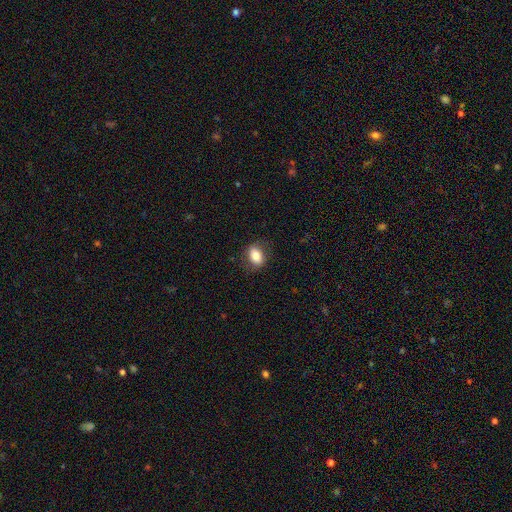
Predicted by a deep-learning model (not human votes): smooth-or-featured: smooth: 79% | featured or disk: 13% | star or artifact: 8%
  how-rounded: in between: 77% | round: 21% | cigar-shaped: 2%
  merging: none: 80% | minor disturbance: 14% | major disturbance: 5% | merger: 1%